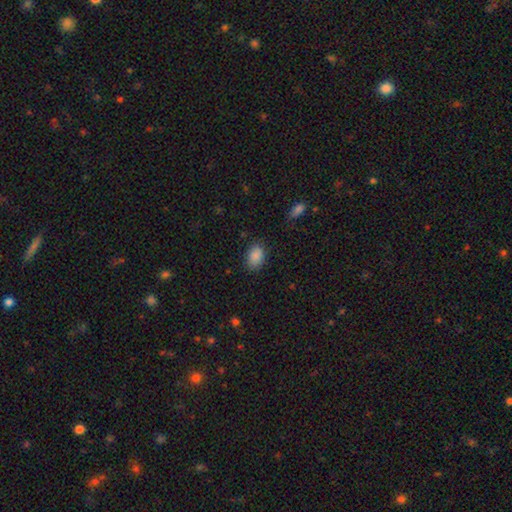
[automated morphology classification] This appears to be a smooth galaxy with no disk features (88%) that is in between round and cigar-shaped (82%). Merging: none (81%).